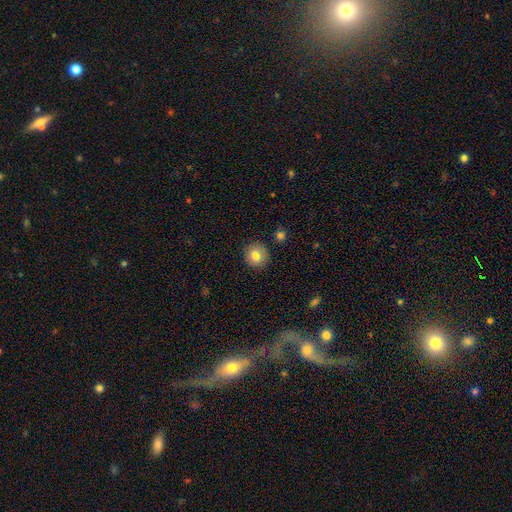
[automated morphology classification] Smooth or featured: smooth — 82% (featured or disk — 9%)
How rounded: round — 91% (in between — 8%)
Merging: none — 90% (minor disturbance — 7%)